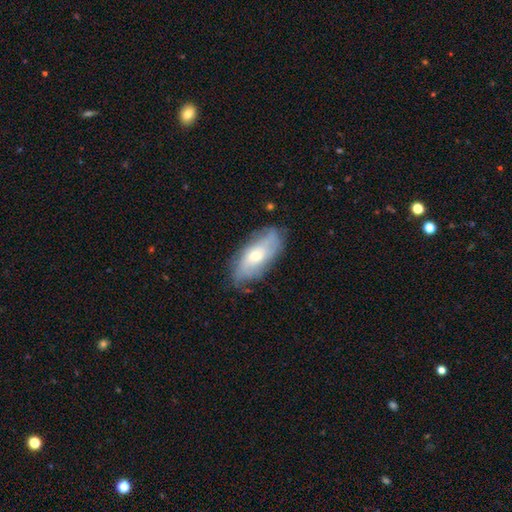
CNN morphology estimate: A featured or disk galaxy (55%). Merging: none (74%).